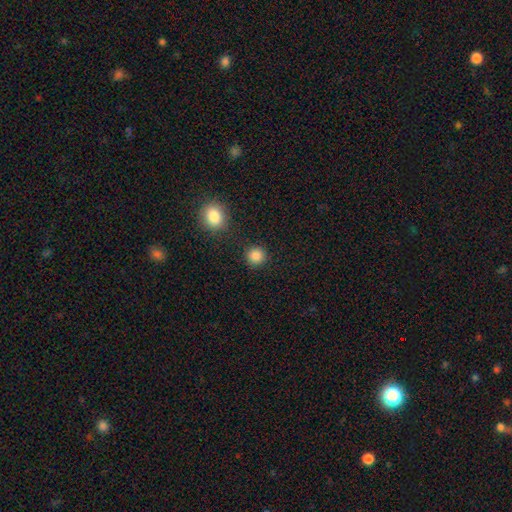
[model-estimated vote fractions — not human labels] This is clearly a smooth galaxy (86%). How rounded: clearly round (93%). Merging: clearly none (87%).